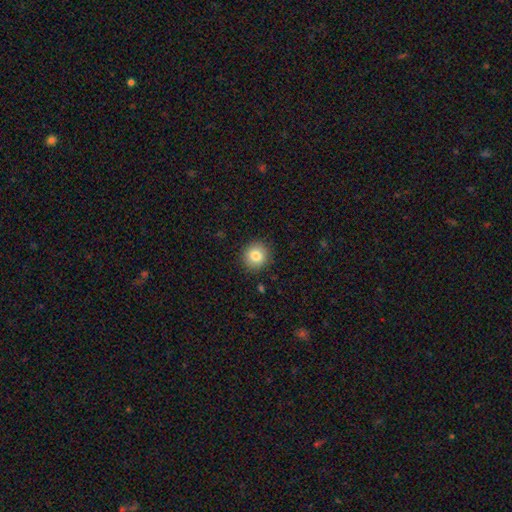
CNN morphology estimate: This appears to be a smooth galaxy with no disk features (83%) that is round (90%). Merging: none (90%).